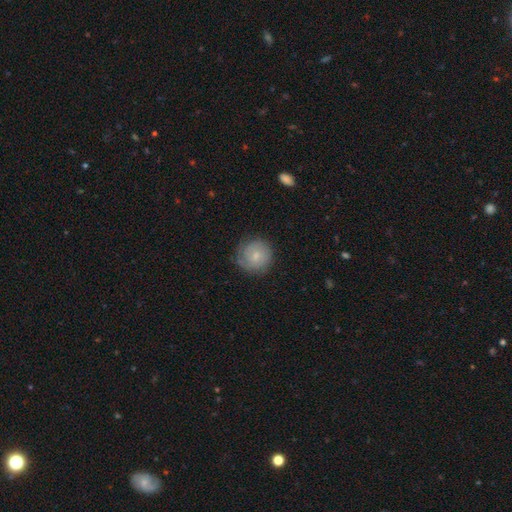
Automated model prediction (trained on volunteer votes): The model was most divided on "smooth or featured": smooth: 62%, featured or disk: 30%, star or artifact: 7%. More confident: how rounded — round (93%); merging — none (78%).